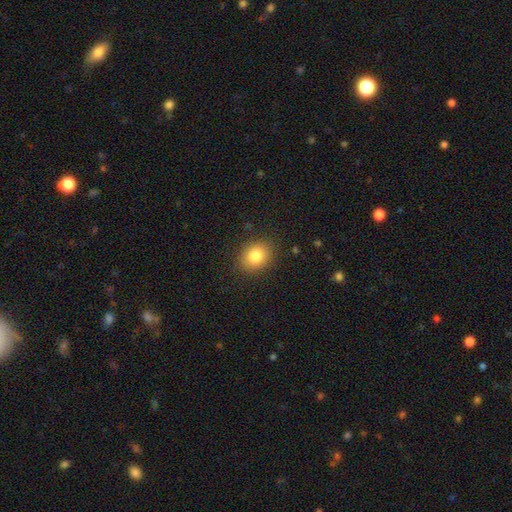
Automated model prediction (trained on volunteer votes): smooth-or-featured: smooth: 83% | star or artifact: 9% | featured or disk: 8%
  how-rounded: in between: 51% | round: 48% | cigar-shaped: 1%
  merging: none: 87% | minor disturbance: 9% | major disturbance: 3% | merger: 1%